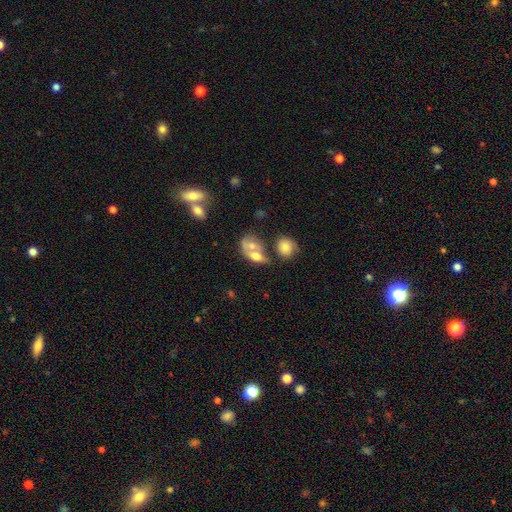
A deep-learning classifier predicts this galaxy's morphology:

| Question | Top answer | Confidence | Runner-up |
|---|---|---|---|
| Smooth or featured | smooth | 60% | featured or disk (30%) |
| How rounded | in between | 75% | round (20%) |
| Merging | merger | 59% | none (22%) |